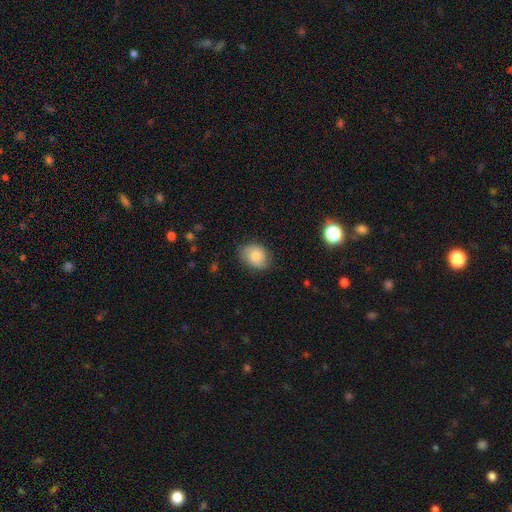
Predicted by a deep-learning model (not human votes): smooth_or_featured: smooth (p=0.81) [alt: featured or disk p=0.11]
how_rounded: in between (p=0.62) [alt: round p=0.37]
merging: none (p=0.76) [alt: minor disturbance p=0.19]